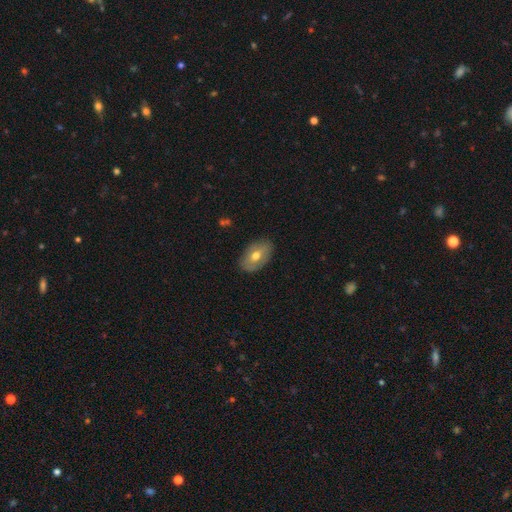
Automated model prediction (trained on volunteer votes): smooth_or_featured: smooth (p=0.60) [alt: featured or disk p=0.34]
how_rounded: in between (p=0.89) [alt: round p=0.10]
merging: none (p=0.83) [alt: minor disturbance p=0.13]